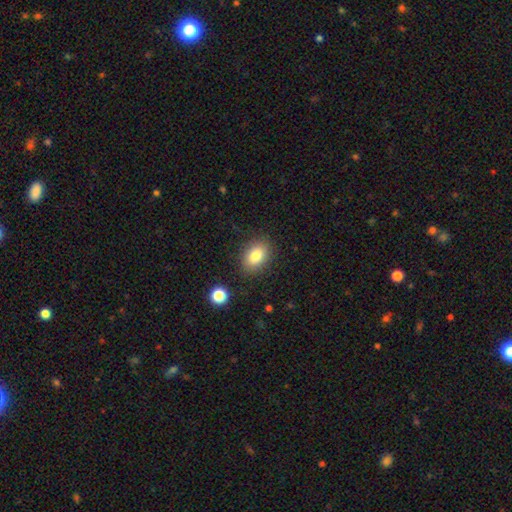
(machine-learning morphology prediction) Overall: smooth (83%). How rounded: in between (80%). Merging: none (85%).